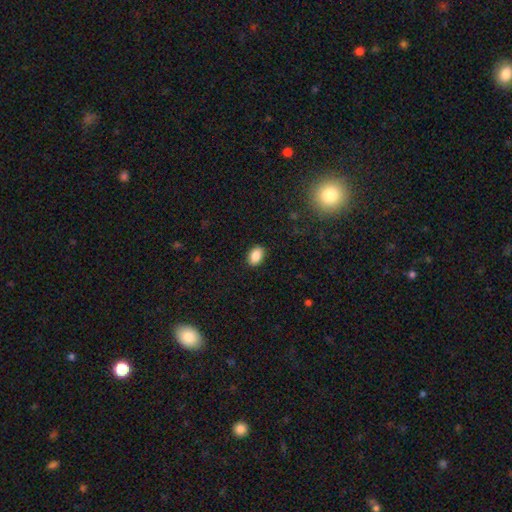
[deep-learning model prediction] The model was most divided on "how rounded": in between: 87%, round: 12%, cigar-shaped: 1%. More confident: merging — none (89%); smooth or featured — smooth (89%).